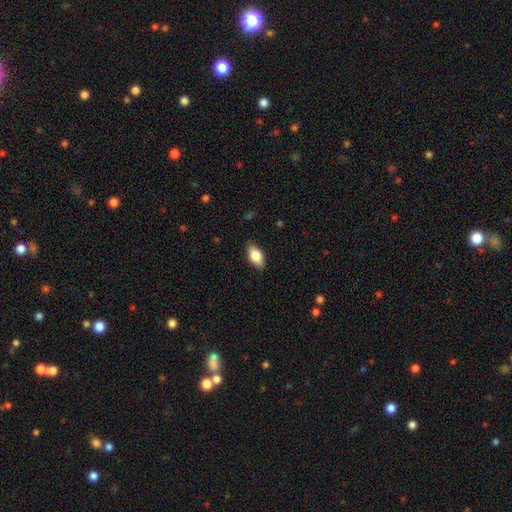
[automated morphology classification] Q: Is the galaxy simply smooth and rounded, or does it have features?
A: smooth — 79%.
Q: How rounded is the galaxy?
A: in between — 90%.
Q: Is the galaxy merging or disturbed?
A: none — 87%.